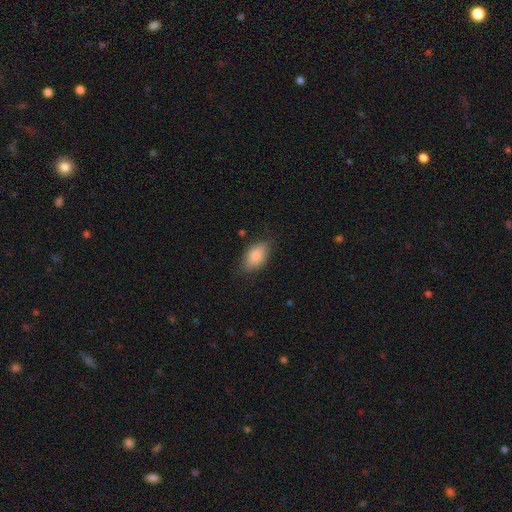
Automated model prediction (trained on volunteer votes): Smooth or featured? Predicted: smooth (p=0.85). How rounded? Predicted: in between (p=0.91). Merging? Predicted: none (p=0.77).